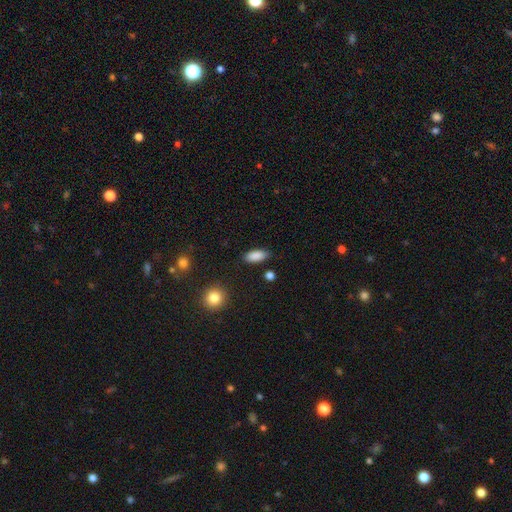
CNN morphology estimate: Smooth or featured? smooth (89%)
How rounded? in between (87%)
Merging? none (84%)